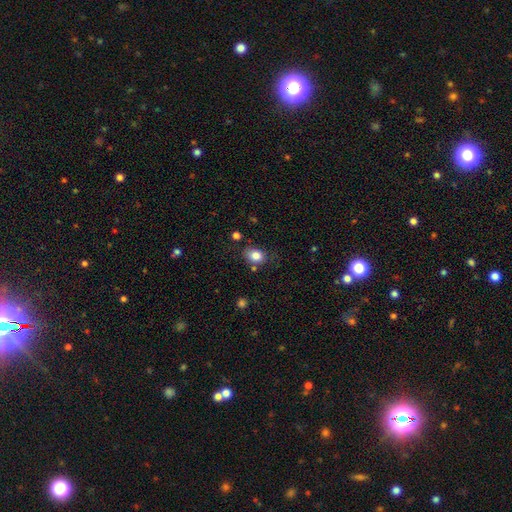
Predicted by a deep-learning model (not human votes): Smooth or featured?
  - smooth: 83% *
  - star or artifact: 10%
  - featured or disk: 7%
How rounded?
  - in between: 56% *
  - round: 43%
  - cigar-shaped: 1%
Merging?
  - none: 72% *
  - minor disturbance: 18%
  - merger: 5%
  - major disturbance: 5%